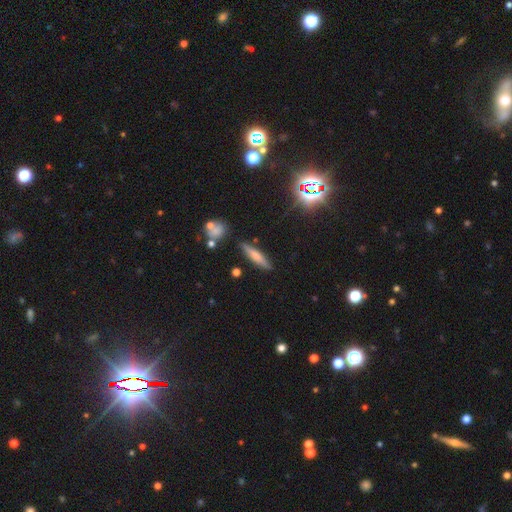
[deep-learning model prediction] Smooth or featured?
  - smooth: 61% *
  - featured or disk: 30%
  - star or artifact: 9%
How rounded?
  - cigar-shaped: 83% *
  - in between: 15%
  - round: 2%
Merging?
  - none: 84% *
  - minor disturbance: 10%
  - merger: 4%
  - major disturbance: 2%